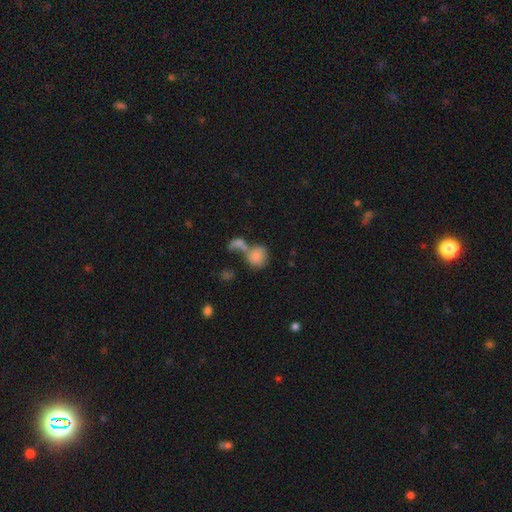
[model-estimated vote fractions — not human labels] This is likely a smooth galaxy (79%). How rounded: likely round (65%). Merging: possibly merger (58%).